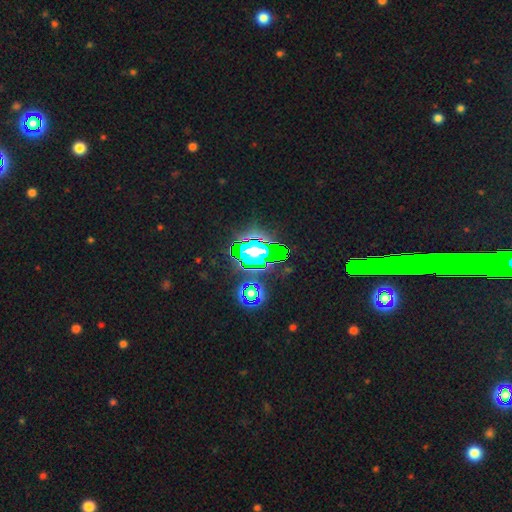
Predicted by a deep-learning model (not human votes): smooth_or_featured: star or artifact (p=0.64) [alt: smooth p=0.19]